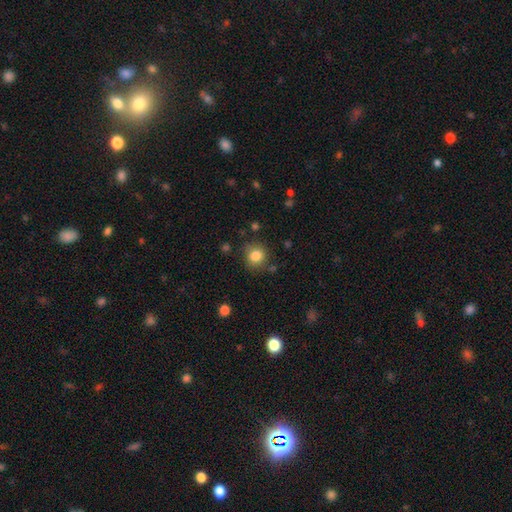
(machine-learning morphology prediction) Smooth or featured: smooth — 83% (star or artifact — 11%)
How rounded: round — 86% (in between — 13%)
Merging: none — 81% (minor disturbance — 12%)